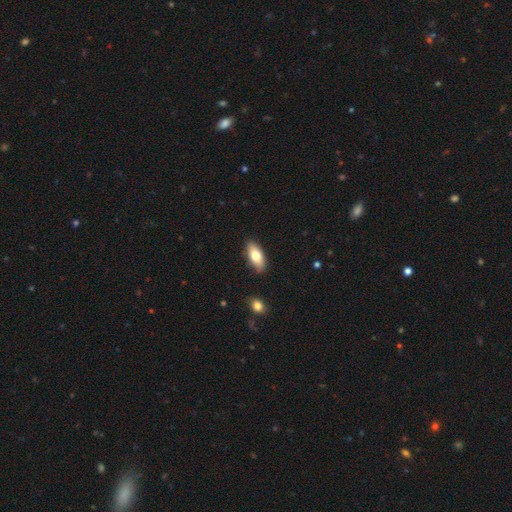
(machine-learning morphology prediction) smooth_or_featured: smooth (p=0.74) [alt: featured or disk p=0.19]
how_rounded: in between (p=0.86) [alt: cigar-shaped p=0.11]
merging: none (p=0.86) [alt: minor disturbance p=0.11]